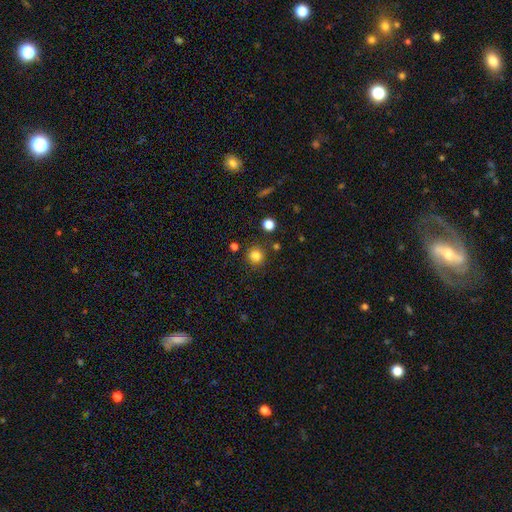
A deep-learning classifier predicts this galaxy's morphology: smooth-or-featured: smooth: 82% | star or artifact: 13% | featured or disk: 5%
  how-rounded: round: 93% | in between: 6% | cigar-shaped: 1%
  merging: none: 86% | minor disturbance: 8% | merger: 4% | major disturbance: 3%